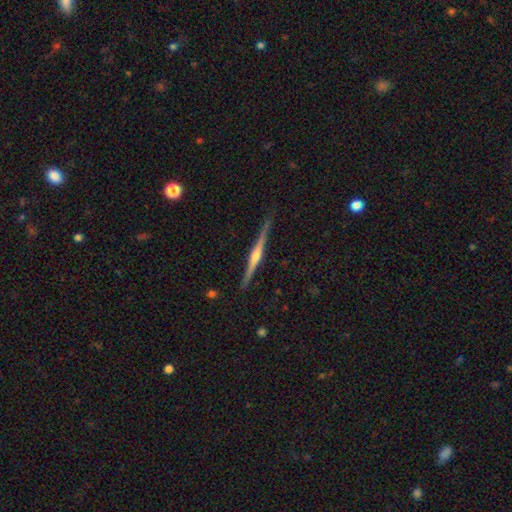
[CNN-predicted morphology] Overall: featured or disk (80%). Edge-on disk: yes (98%). Edge-on bulge: rounded (85%). Merging: none (87%).